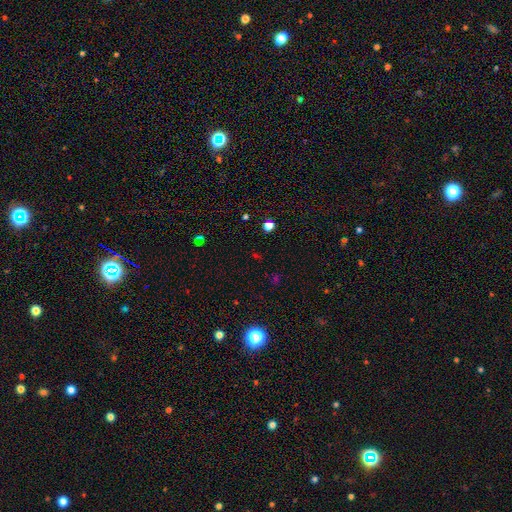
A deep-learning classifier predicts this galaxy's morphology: A star or artifact, not a galaxy (56%).